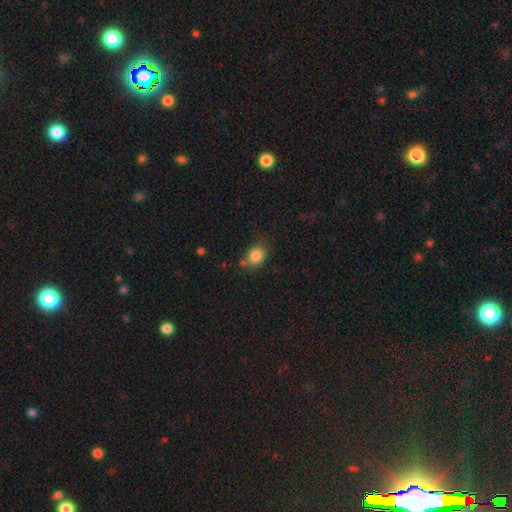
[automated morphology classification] smooth 84%, star or artifact 10%, featured or disk 6%. Down the decision tree: how rounded — in between (50%); merging — none (65%).